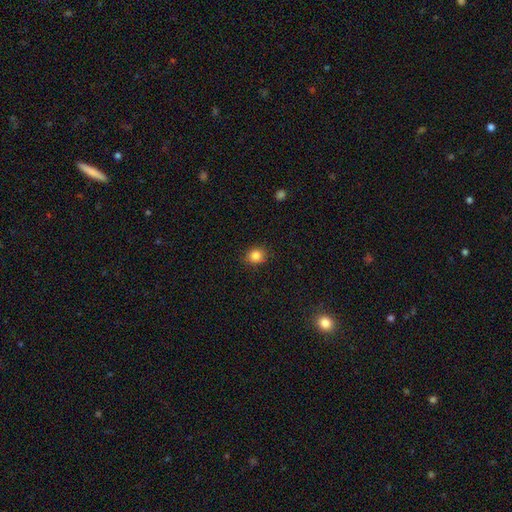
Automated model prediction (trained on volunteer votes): The model was most divided on "how rounded": round: 77%, in between: 22%, cigar-shaped: 1%. More confident: merging — none (88%); smooth or featured — smooth (85%).